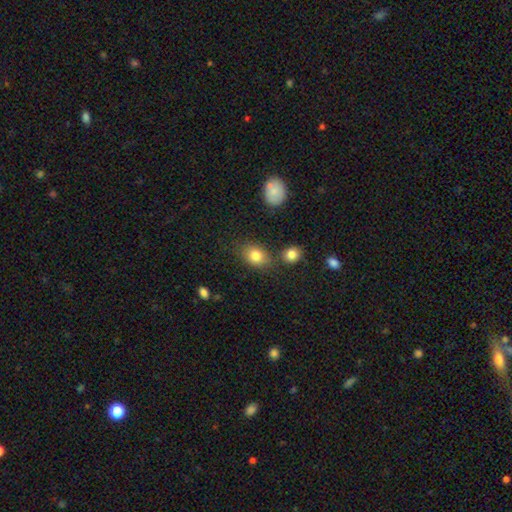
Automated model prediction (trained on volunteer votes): smooth-or-featured: smooth: 82% | star or artifact: 10% | featured or disk: 8%
  how-rounded: in between: 63% | round: 36% | cigar-shaped: 1%
  merging: none: 71% | minor disturbance: 14% | merger: 11% | major disturbance: 5%